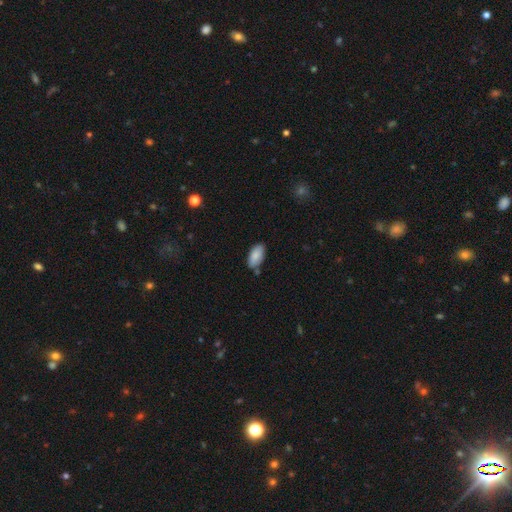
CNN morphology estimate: Smooth or featured? Predicted: smooth (p=0.87). How rounded? Predicted: in between (p=0.93). Merging? Predicted: none (p=0.75).